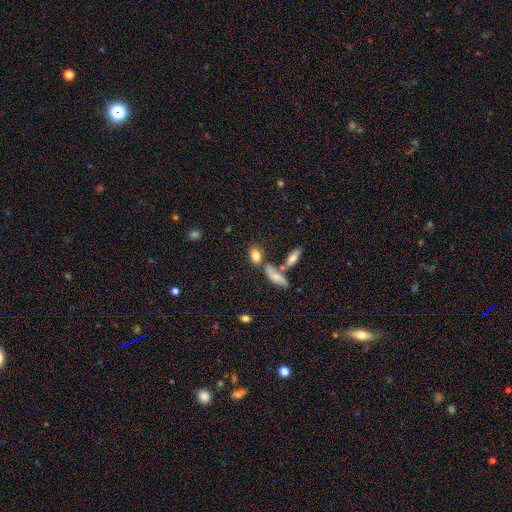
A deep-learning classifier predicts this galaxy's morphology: type=smooth (78%); roundness=in between (80%); merging=none (56%).